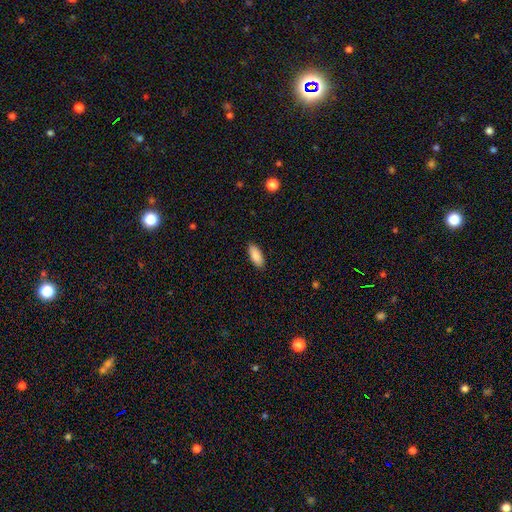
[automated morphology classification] smooth_or_featured: smooth (p=0.88) [alt: featured or disk p=0.06]
how_rounded: in between (p=0.79) [alt: cigar-shaped p=0.19]
merging: none (p=0.90) [alt: minor disturbance p=0.08]